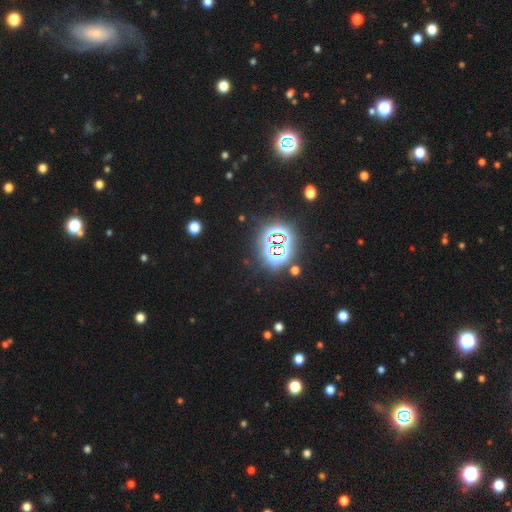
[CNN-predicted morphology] smooth_or_featured: star or artifact (p=0.81) [alt: smooth p=0.11]